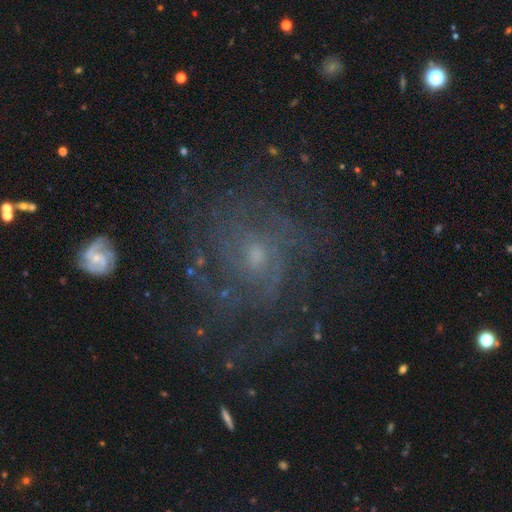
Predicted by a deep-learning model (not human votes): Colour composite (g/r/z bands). It shows a featured or disk galaxy (73%) with no bar (71%), tight (55%) spiral arms (87%) and a small central bulge (64%). Merging: none (70%).